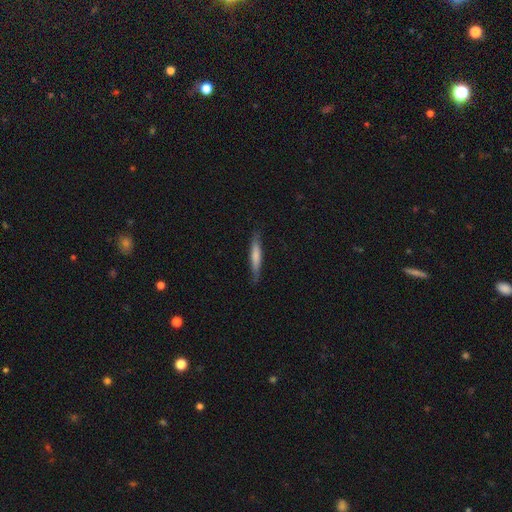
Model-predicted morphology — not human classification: The model was most divided on "smooth or featured": smooth: 65%, featured or disk: 29%, star or artifact: 5%. More confident: how rounded — cigar-shaped (92%); merging — none (84%).